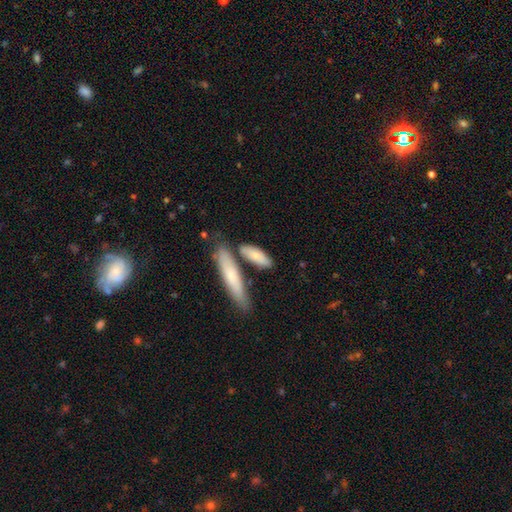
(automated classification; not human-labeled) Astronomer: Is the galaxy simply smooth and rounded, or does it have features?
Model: smooth — 75%.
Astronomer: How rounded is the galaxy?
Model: in between — 51% (runner-up: cigar-shaped, 46%).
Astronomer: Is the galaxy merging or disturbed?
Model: none — 60%.